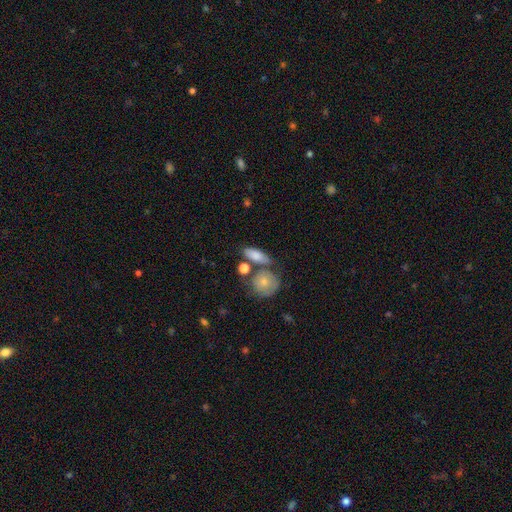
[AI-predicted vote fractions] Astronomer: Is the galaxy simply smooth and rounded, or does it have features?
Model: smooth — 78%.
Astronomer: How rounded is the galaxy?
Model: in between — 74%.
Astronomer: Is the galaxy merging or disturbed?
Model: none — 54%.